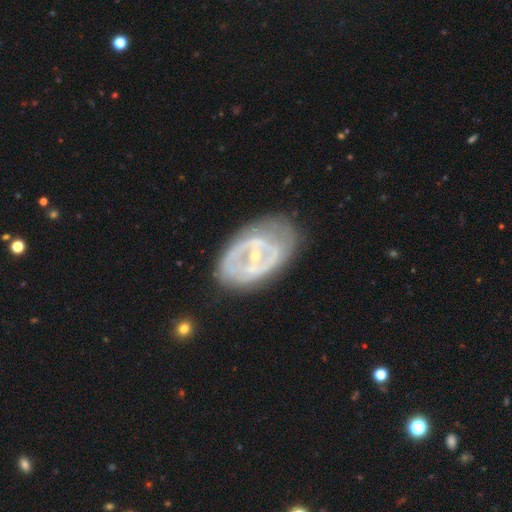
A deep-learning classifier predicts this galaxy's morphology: Smooth or featured? Predicted: featured or disk (p=0.77). Edge-on disk? Predicted: no (p=0.95). Bar? Predicted: no (p=0.39). Spiral arms? Predicted: no (p=0.51). Bulge size? Predicted: small (p=0.66). Merging? Predicted: none (p=0.60).